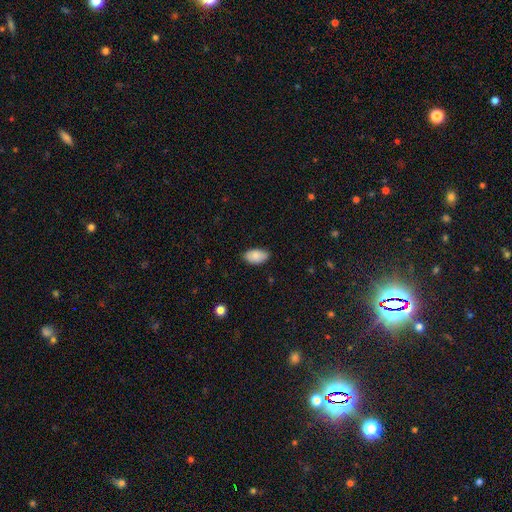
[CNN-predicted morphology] type=smooth (86%); roundness=in between (94%); merging=none (83%).